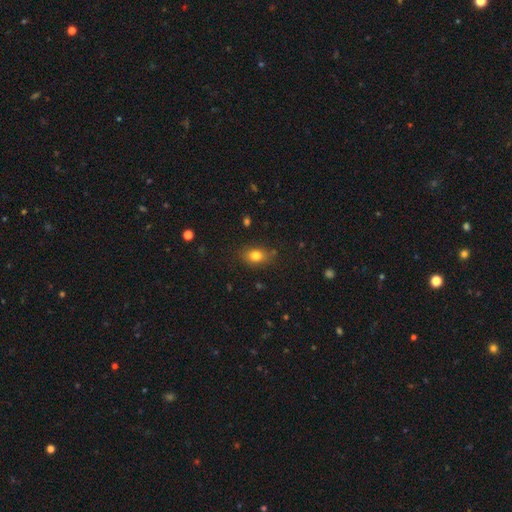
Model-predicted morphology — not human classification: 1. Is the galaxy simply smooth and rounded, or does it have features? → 80% smooth, 11% star or artifact, 9% featured or disk.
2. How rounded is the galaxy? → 70% in between, 28% round, 2% cigar-shaped.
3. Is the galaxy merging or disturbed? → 79% none, 16% minor disturbance, 4% major disturbance, 2% merger.